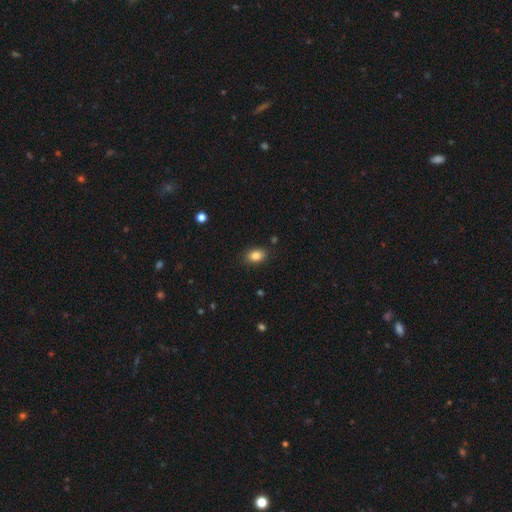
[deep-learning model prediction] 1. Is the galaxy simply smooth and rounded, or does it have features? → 85% smooth, 9% star or artifact, 6% featured or disk.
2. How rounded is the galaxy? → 82% in between, 17% round, 1% cigar-shaped.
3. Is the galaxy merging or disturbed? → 85% none, 10% minor disturbance, 3% major disturbance, 1% merger.